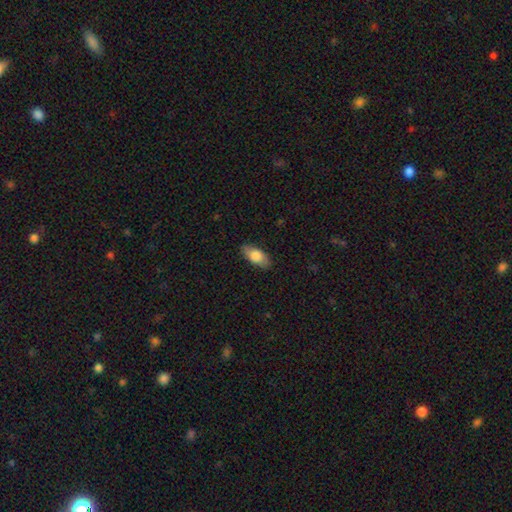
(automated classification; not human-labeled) Morphology: type=smooth (79%); roundness=in between (88%); merging=none (86%).